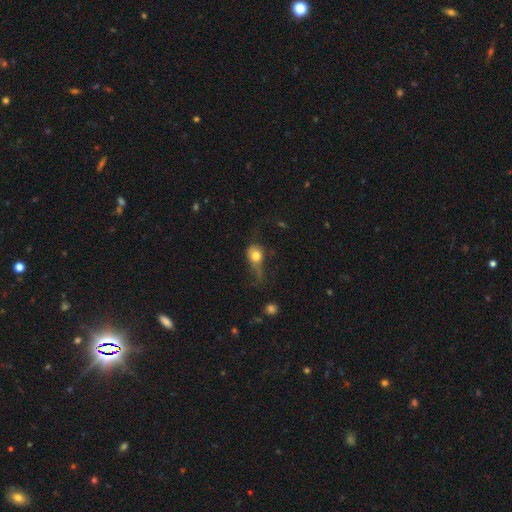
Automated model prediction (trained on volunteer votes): smooth_or_featured: smooth (p=0.74) [alt: featured or disk p=0.16]
how_rounded: round (p=0.51) [alt: in between p=0.46]
merging: major disturbance (p=0.40) [alt: minor disturbance p=0.29]